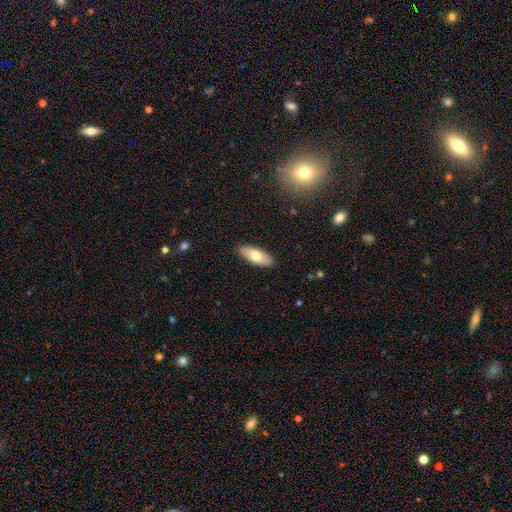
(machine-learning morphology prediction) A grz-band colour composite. It shows a smooth galaxy with no disk features (71%) that is in between round and cigar-shaped (81%). Merging: none (89%).